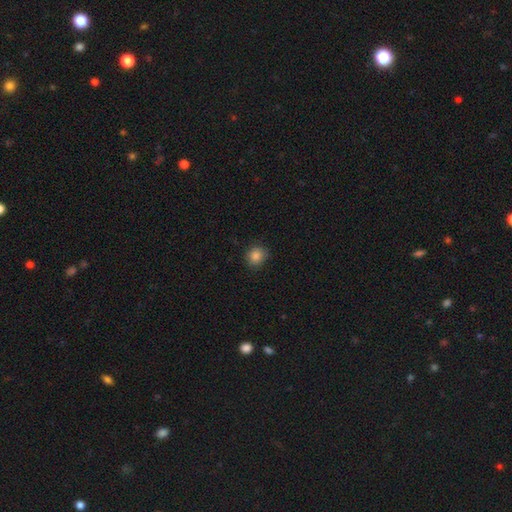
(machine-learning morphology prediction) This is clearly a smooth galaxy (85%). How rounded: clearly round (82%). Merging: clearly none (84%).